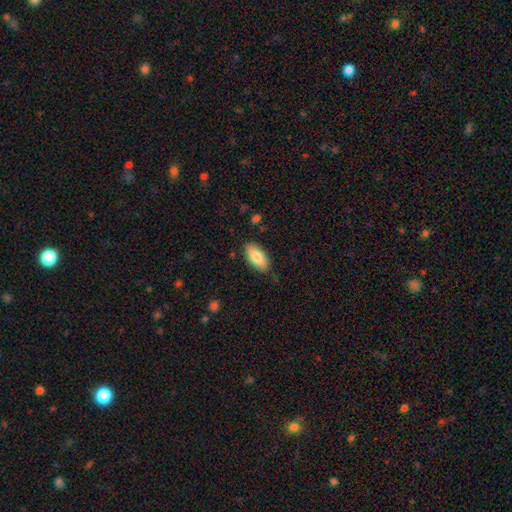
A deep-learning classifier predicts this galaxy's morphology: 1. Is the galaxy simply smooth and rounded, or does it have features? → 81% smooth, 12% featured or disk, 6% star or artifact.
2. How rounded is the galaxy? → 91% in between, 7% cigar-shaped, 2% round.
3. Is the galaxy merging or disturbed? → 83% none, 13% minor disturbance, 3% major disturbance, 1% merger.